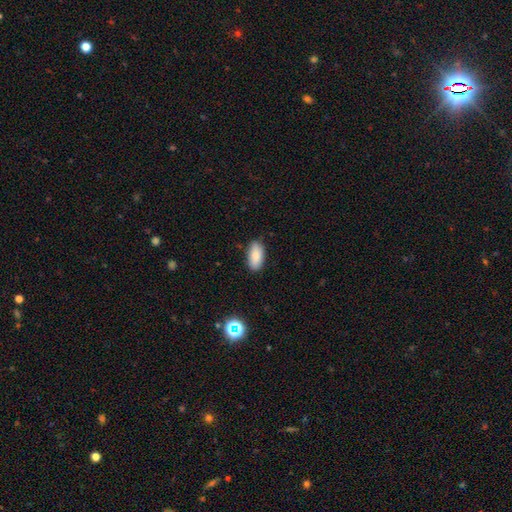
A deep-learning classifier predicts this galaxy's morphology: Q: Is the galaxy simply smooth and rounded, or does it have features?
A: smooth — 86%.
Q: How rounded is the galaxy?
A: in between — 91%.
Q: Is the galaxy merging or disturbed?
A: none — 85%.